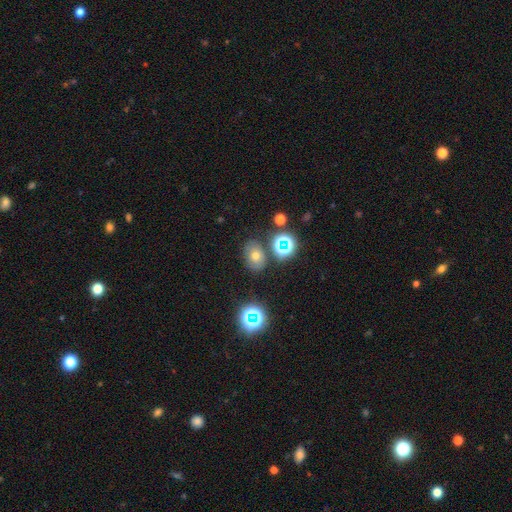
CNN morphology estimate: This is likely a smooth galaxy (60%). How rounded: likely in between (65%). Merging: likely none (76%).